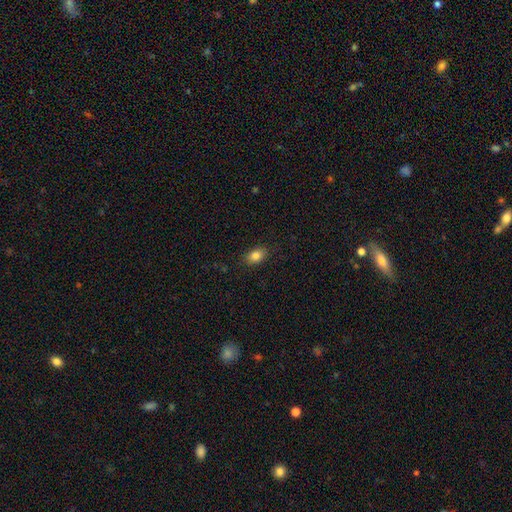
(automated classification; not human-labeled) A smooth galaxy with no disk features (84%) that is in between round and cigar-shaped (80%). Merging: none (87%).